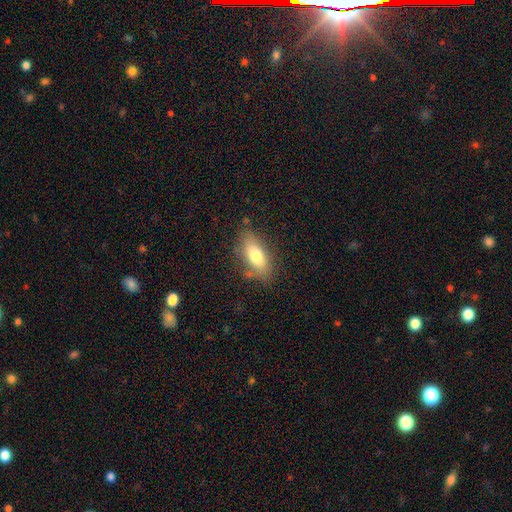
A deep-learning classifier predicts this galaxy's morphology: This appears to be a smooth galaxy with no disk features (75%) that is in between round and cigar-shaped (76%). Merging: none (77%).